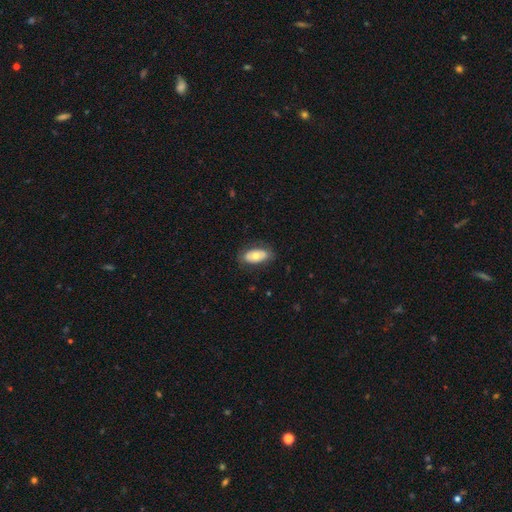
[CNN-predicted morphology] Q: Smooth or featured?
A: smooth (63%); runner-up: featured or disk (31%)
Q: How rounded?
A: in between (92%); runner-up: round (4%)
Q: Merging?
A: none (78%); runner-up: minor disturbance (16%)